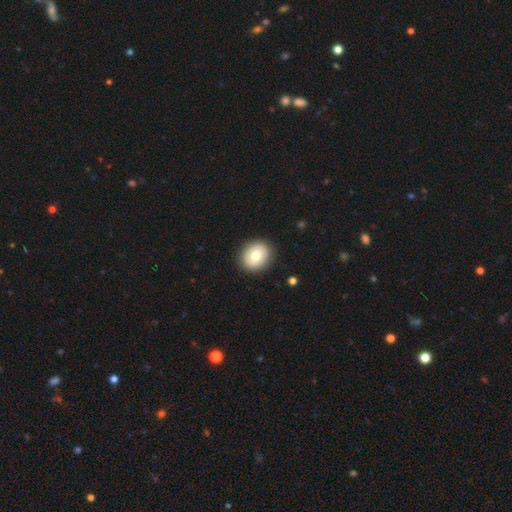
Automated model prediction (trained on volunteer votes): This appears to be a smooth galaxy with no disk features (73%) that is round (67%). Merging: none (89%).